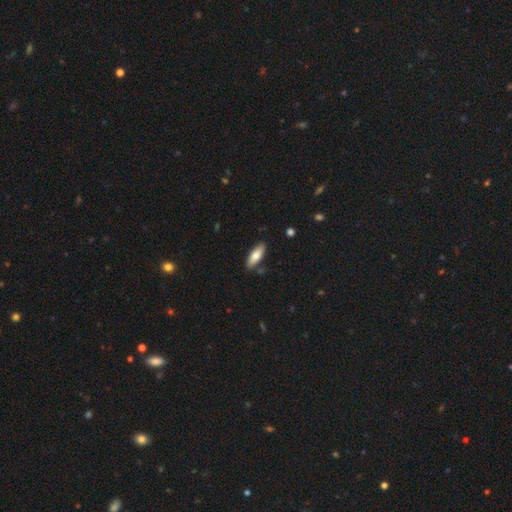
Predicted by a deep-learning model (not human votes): A smooth galaxy with no disk features (76%) that is in between round and cigar-shaped (61%).

Vote fractions:
- Smooth or featured? smooth: 76% / featured or disk: 18% / star or artifact: 6%
- How rounded? in between: 61% / cigar-shaped: 37% / round: 2%
- Merging? none: 83% / minor disturbance: 12% / merger: 3% / major disturbance: 2%